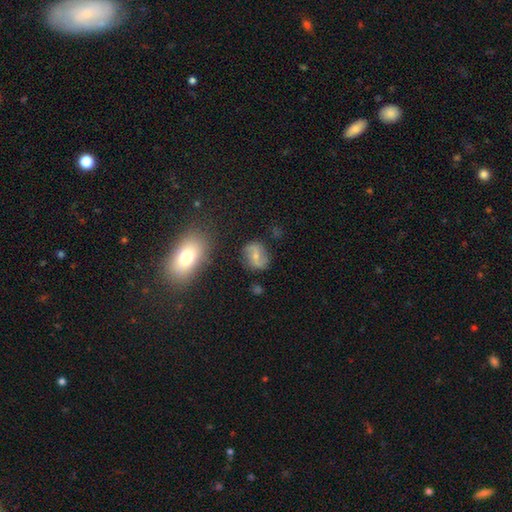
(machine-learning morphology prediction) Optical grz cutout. It shows a featured or disk galaxy (59%) with a weak bar (44%), spiral arms (84%) and a small central bulge (52%). Merging: none (77%).